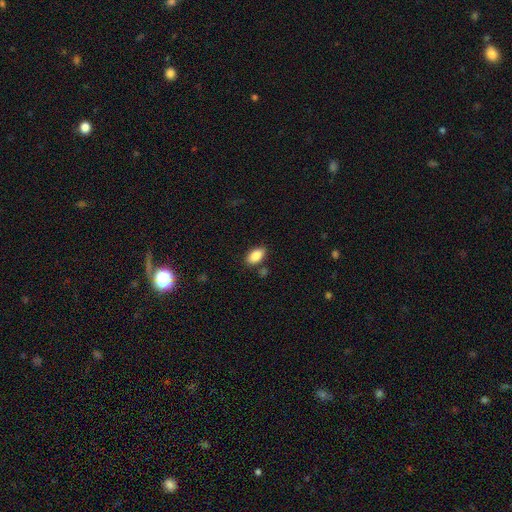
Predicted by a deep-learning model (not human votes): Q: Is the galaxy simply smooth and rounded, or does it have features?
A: smooth — 88%.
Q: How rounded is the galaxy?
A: in between — 92%.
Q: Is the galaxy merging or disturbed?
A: none — 81%.